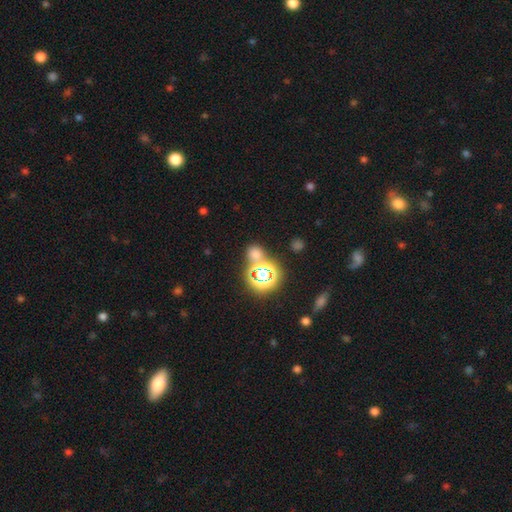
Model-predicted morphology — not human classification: This is possibly a smooth galaxy (50%). Merging: likely none (68%).